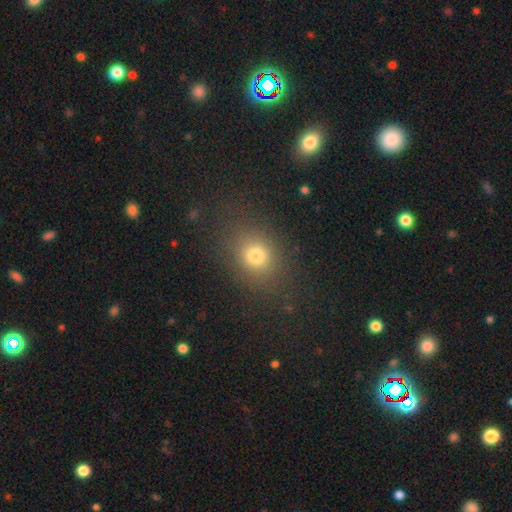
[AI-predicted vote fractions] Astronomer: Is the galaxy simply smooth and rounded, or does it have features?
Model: smooth — 75%.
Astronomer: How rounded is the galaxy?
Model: round — 56% (runner-up: in between, 43%).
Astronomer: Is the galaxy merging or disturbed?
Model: none — 81%.